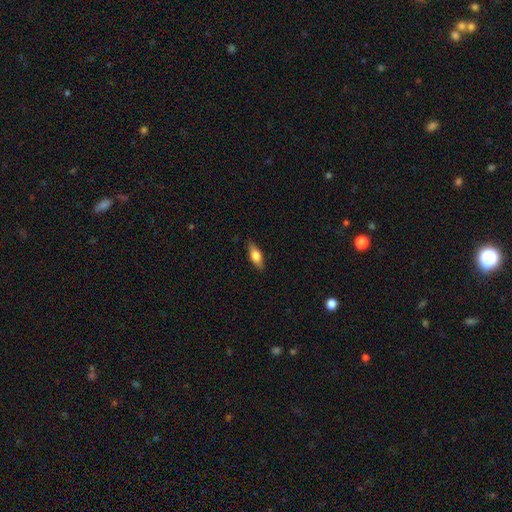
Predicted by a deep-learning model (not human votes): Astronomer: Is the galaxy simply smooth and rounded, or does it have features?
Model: smooth — 67%.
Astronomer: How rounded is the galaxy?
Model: in between — 73%.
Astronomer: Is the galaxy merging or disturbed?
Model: none — 86%.